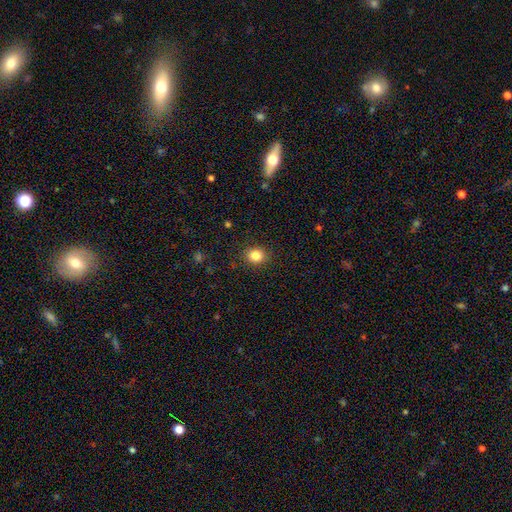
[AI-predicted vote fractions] Smooth or featured: smooth — 83% (star or artifact — 11%)
How rounded: round — 71% (in between — 28%)
Merging: none — 89% (minor disturbance — 7%)